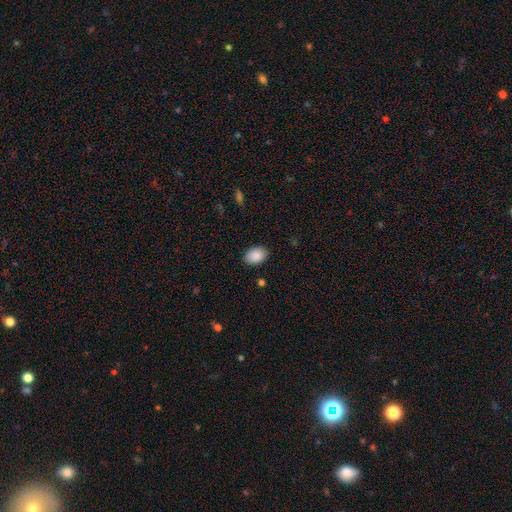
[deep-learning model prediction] Overall: smooth (90%). How rounded: in between (83%). Merging: none (86%).